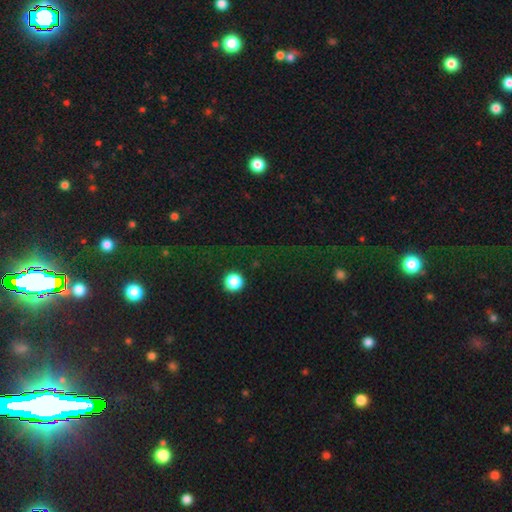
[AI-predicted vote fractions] Overall: star or artifact (67%).